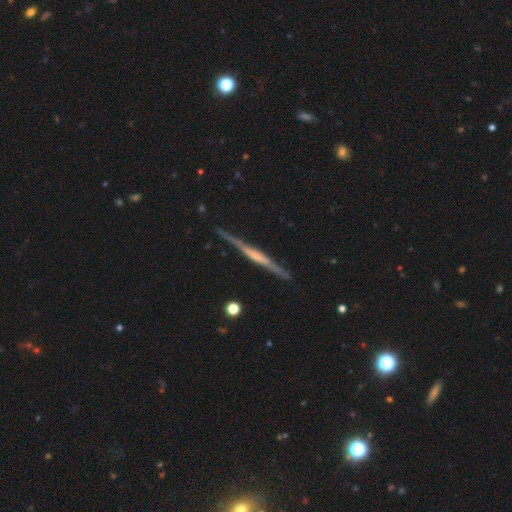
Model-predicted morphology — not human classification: Smooth or featured? Predicted: featured or disk (p=0.81). Edge-on disk? Predicted: yes (p=0.98). Edge-on bulge? Predicted: rounded (p=0.68). Merging? Predicted: none (p=0.89).